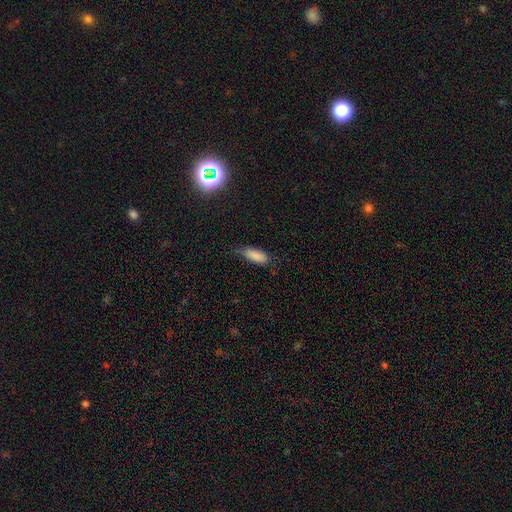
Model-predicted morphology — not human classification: A smooth galaxy with no disk features (85%) that is in between round and cigar-shaped (70%).

Vote fractions:
- Smooth or featured? smooth: 85% / star or artifact: 9% / featured or disk: 6%
- How rounded? in between: 70% / cigar-shaped: 28% / round: 2%
- Merging? none: 59% / minor disturbance: 32% / major disturbance: 7% / merger: 2%